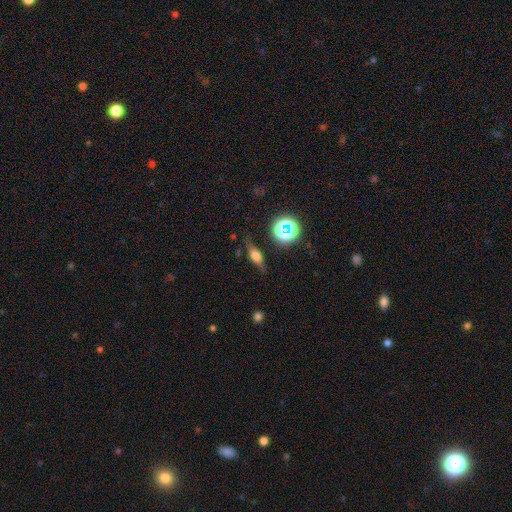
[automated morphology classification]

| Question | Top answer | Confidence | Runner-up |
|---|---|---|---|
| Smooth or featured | smooth | 48% | featured or disk (37%) |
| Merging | none | 73% | minor disturbance (19%) |